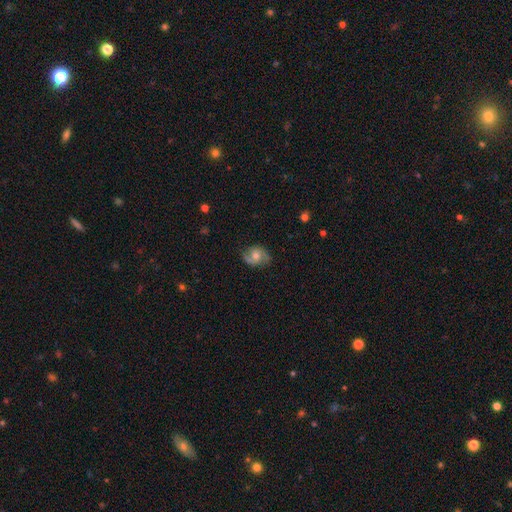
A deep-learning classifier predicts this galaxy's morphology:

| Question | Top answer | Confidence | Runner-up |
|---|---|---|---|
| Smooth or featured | featured or disk | 63% | smooth (29%) |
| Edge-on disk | no | 97% | yes (3%) |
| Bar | no | 61% | weak (33%) |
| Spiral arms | yes | 89% | no (11%) |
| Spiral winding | medium | 48% | loose (30%) |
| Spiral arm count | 2 | 86% | can't tell (7%) |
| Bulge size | moderate | 65% | small (23%) |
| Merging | none | 75% | minor disturbance (18%) |